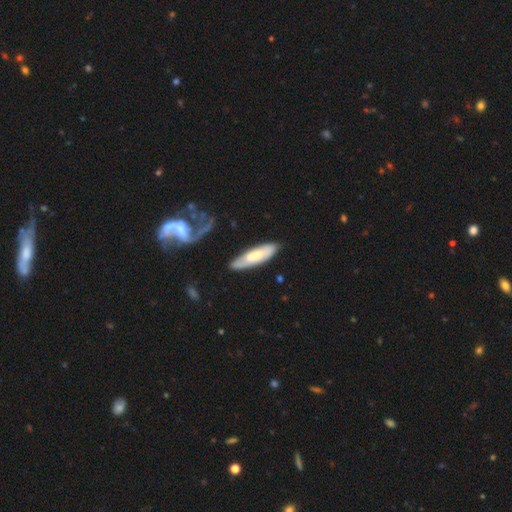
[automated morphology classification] This is possibly a smooth galaxy (56%). How rounded: possibly cigar-shaped (57%). Merging: likely none (72%).